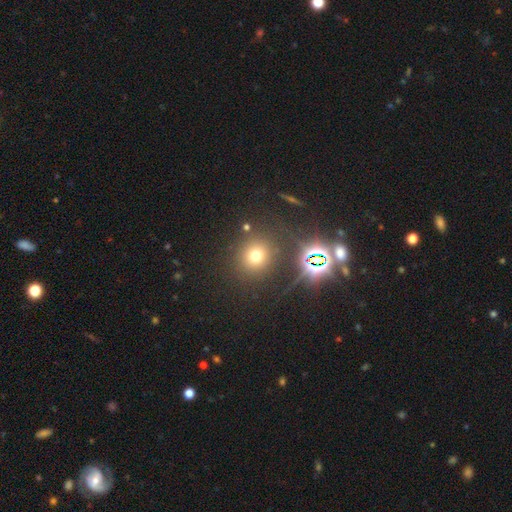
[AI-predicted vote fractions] A smooth galaxy with no disk features (64%) that is round (90%). Merging: none (85%).